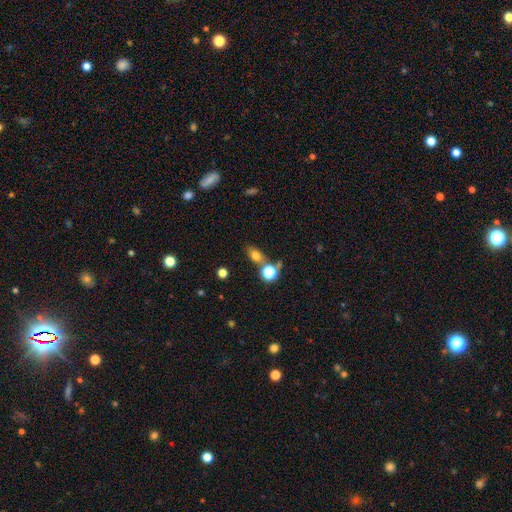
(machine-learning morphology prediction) This appears to be a smooth galaxy with no disk features (73%) that is in between round and cigar-shaped (70%). Merging: none (62%).